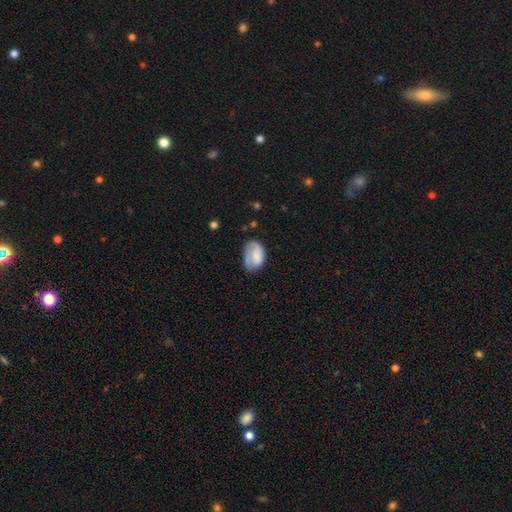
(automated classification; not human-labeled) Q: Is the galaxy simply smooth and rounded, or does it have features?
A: smooth — 64%.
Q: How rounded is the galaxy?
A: in between — 86%.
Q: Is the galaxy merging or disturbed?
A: none — 50%.